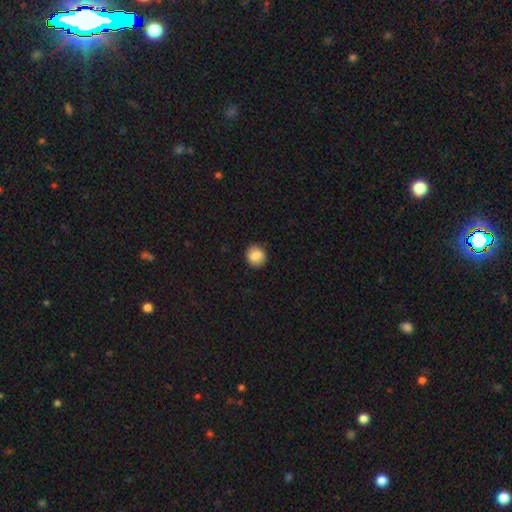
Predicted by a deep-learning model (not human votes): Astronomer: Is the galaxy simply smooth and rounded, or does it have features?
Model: smooth — 85%.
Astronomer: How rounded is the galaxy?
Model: round — 80%.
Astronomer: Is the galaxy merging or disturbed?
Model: none — 88%.